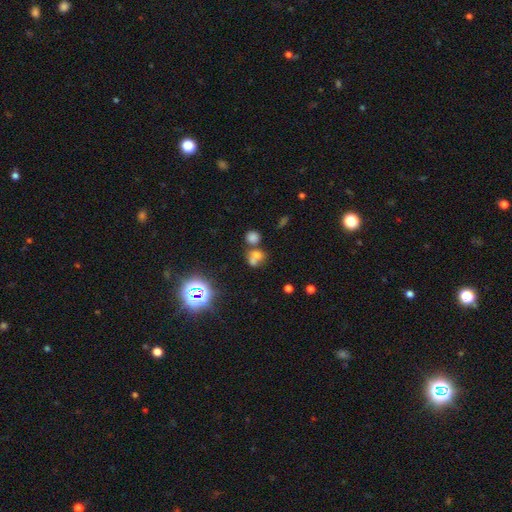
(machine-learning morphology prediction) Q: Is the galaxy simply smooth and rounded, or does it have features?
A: smooth — 60%.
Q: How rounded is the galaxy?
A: round — 70%.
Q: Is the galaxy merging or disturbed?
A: merger — 52%.